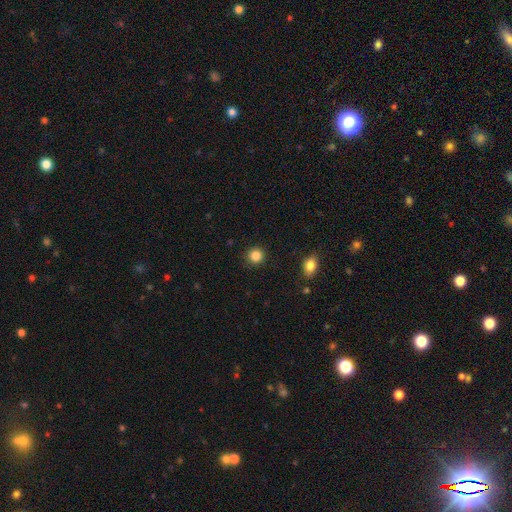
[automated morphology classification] A smooth galaxy with no disk features (85%) that is round (92%). Merging: none (90%).